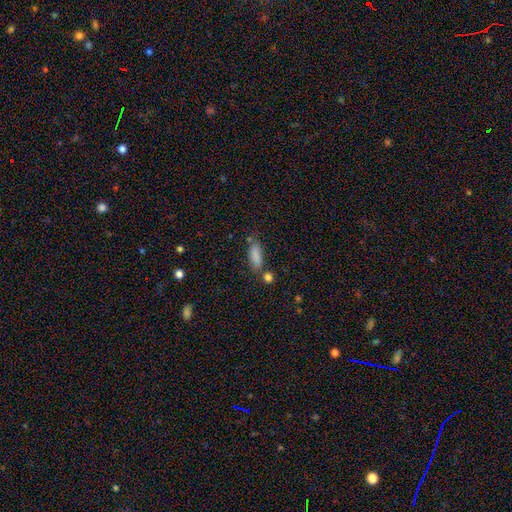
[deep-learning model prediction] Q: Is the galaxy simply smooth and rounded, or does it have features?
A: smooth — 85%.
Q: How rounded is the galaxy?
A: in between — 70%.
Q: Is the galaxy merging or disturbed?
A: none — 64%.